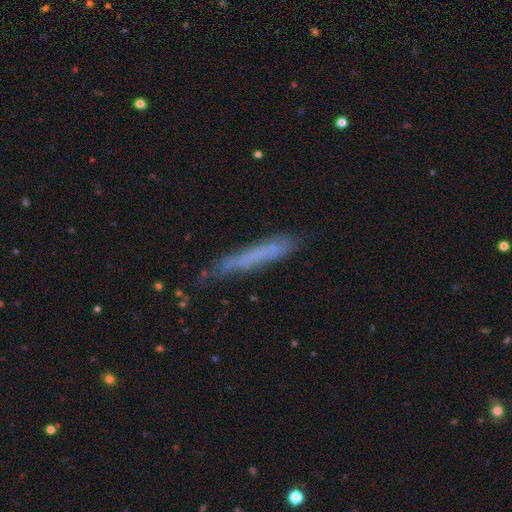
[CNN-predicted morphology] Overall: smooth (52%; featured or disk 38%). How rounded: cigar-shaped (93%). Merging: none (60%; minor disturbance 27%).